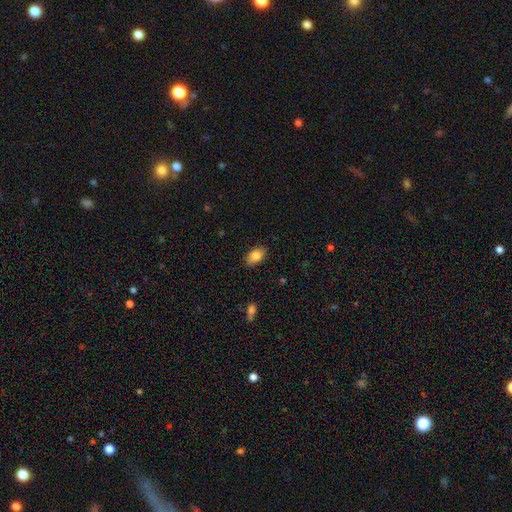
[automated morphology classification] Smooth or featured?
  - smooth: 83% *
  - featured or disk: 9%
  - star or artifact: 8%
How rounded?
  - in between: 88% *
  - round: 10%
  - cigar-shaped: 2%
Merging?
  - none: 85% *
  - minor disturbance: 12%
  - major disturbance: 2%
  - merger: 1%